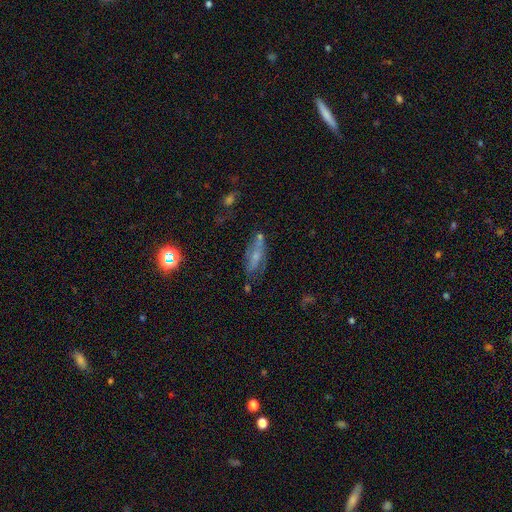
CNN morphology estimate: This is marginally a smooth galaxy (43%). Merging: possibly none (53%).